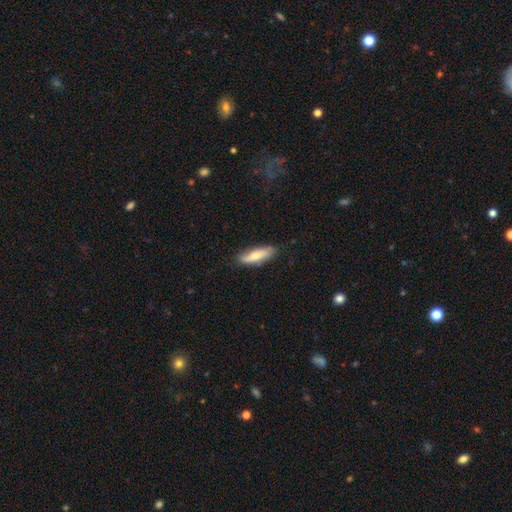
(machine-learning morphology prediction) The model was most divided on "how rounded": cigar-shaped: 56%, in between: 42%, round: 2%. More confident: merging — none (82%); smooth or featured — smooth (69%).